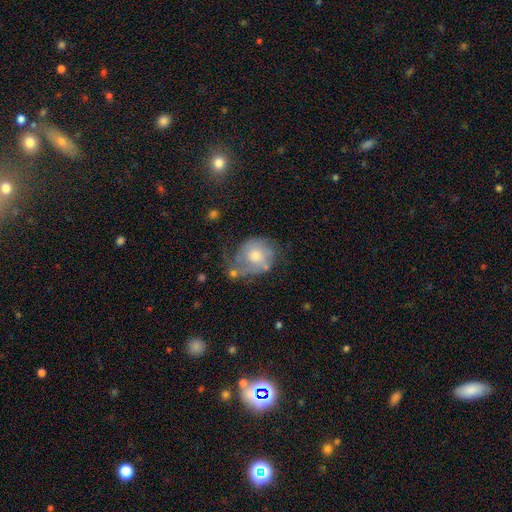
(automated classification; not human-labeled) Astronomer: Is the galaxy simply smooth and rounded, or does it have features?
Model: featured or disk — 54% (runner-up: smooth, 39%).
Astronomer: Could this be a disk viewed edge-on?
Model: no — 97%.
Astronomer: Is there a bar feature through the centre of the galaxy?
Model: no — 79%.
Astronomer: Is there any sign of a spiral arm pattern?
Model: yes — 71%.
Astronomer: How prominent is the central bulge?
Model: moderate — 61%.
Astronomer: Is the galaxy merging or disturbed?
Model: none — 34% (runner-up: major disturbance, 31%).